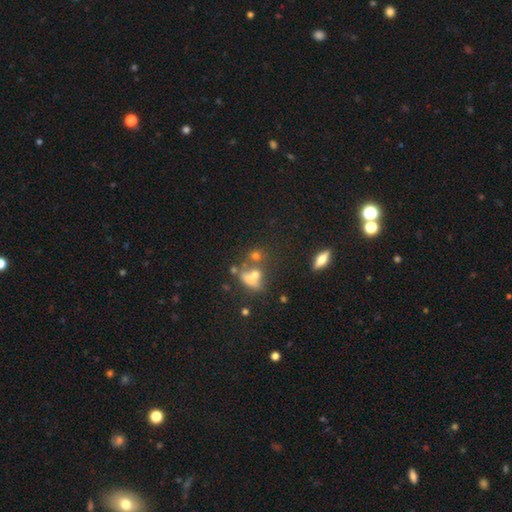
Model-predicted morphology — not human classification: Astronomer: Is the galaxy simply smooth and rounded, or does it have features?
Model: smooth — 52%.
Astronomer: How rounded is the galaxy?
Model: round — 54% (runner-up: in between, 40%).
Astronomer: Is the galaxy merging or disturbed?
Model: merger — 41% (runner-up: none, 39%).